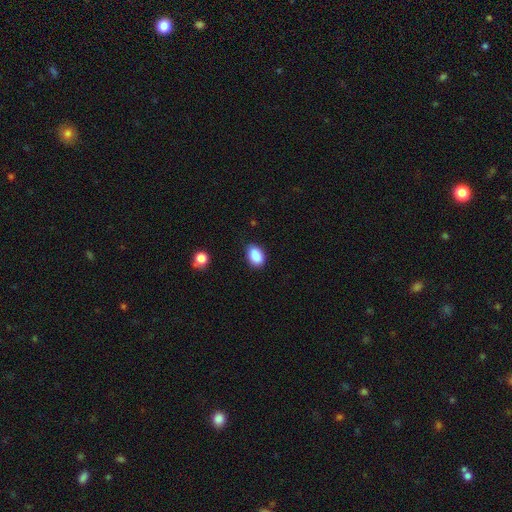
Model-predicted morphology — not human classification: A smooth galaxy with no disk features (89%) that is in between round and cigar-shaped (87%). Merging: none (84%).